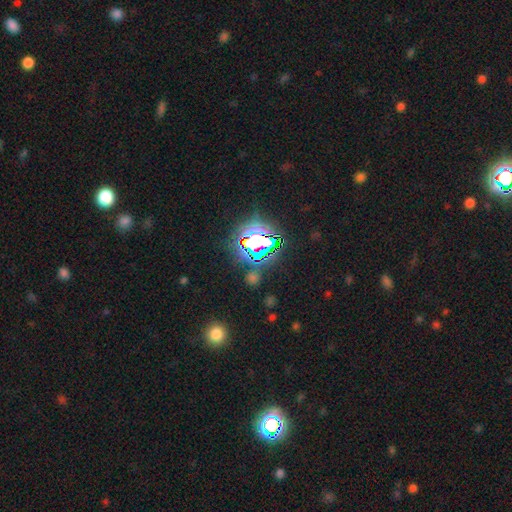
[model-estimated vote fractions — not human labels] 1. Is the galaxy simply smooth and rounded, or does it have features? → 79% star or artifact, 13% smooth, 8% featured or disk.